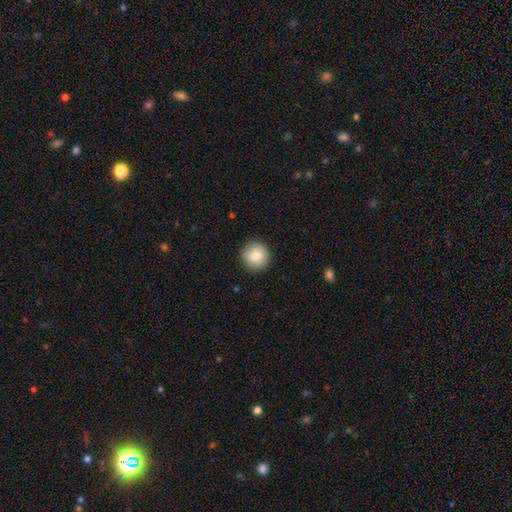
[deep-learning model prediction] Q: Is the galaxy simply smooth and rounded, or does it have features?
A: smooth — 85%.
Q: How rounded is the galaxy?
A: round — 95%.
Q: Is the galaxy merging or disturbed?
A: none — 92%.